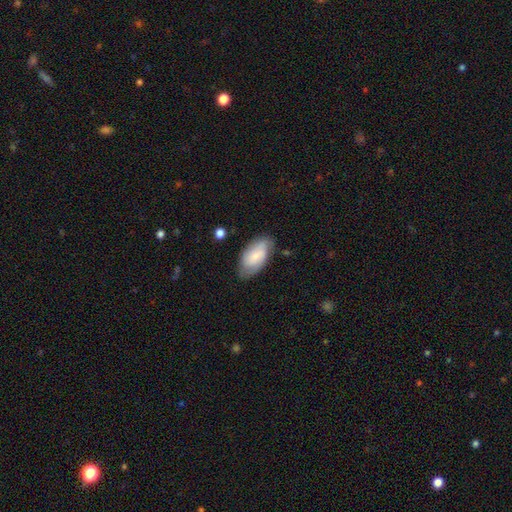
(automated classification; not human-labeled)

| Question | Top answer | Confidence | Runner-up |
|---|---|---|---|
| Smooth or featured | smooth | 51% | featured or disk (43%) |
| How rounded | in between | 93% | round (4%) |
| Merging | none | 73% | minor disturbance (20%) |